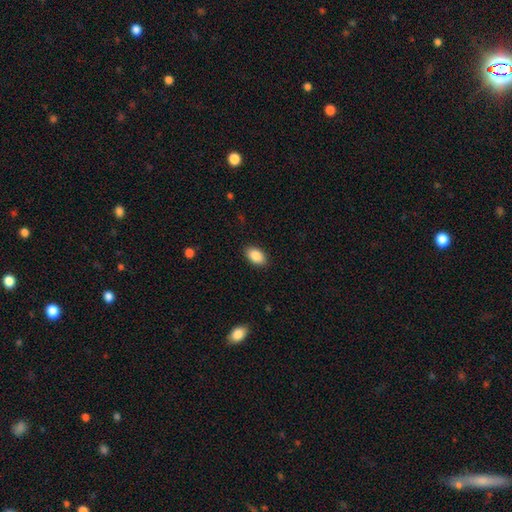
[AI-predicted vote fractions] A smooth galaxy with no disk features (88%) that is in between round and cigar-shaped (91%).

Vote fractions:
- Smooth or featured? smooth: 88% / star or artifact: 7% / featured or disk: 5%
- How rounded? in between: 91% / round: 8% / cigar-shaped: 1%
- Merging? none: 89% / minor disturbance: 8% / major disturbance: 2% / merger: 1%